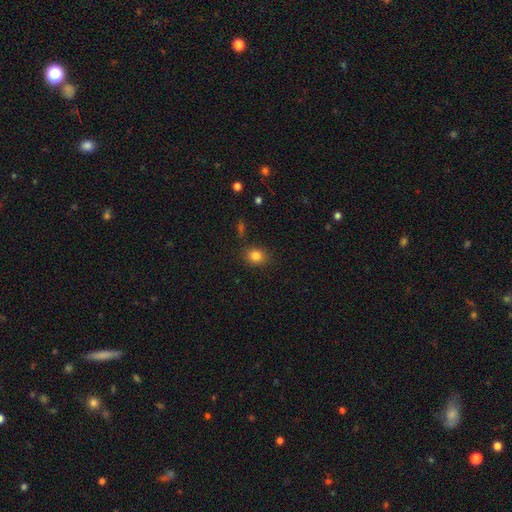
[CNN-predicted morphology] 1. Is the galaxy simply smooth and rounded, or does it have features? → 82% smooth, 12% star or artifact, 6% featured or disk.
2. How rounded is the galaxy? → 63% round, 36% in between, 1% cigar-shaped.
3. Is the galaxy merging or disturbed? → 85% none, 10% minor disturbance, 3% major disturbance, 2% merger.